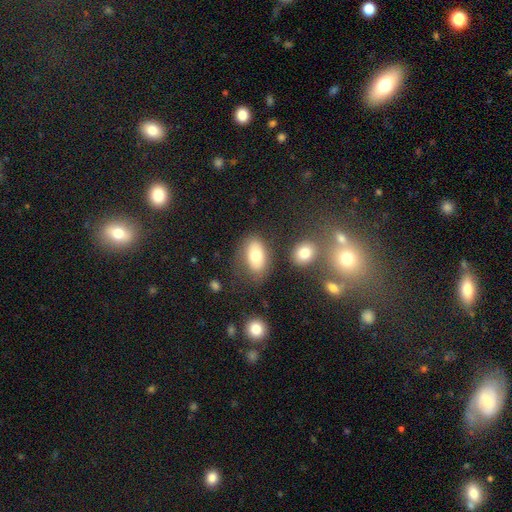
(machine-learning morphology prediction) Smooth or featured: smooth — 76% (featured or disk — 16%)
How rounded: in between — 89% (round — 9%)
Merging: none — 71% (minor disturbance — 16%)